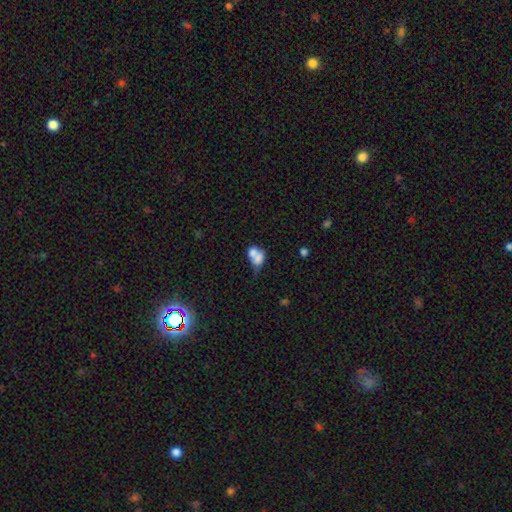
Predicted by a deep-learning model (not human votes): Smooth or featured: smooth — 68% (featured or disk — 22%)
How rounded: in between — 62% (round — 36%)
Merging: merger — 66% (none — 18%)